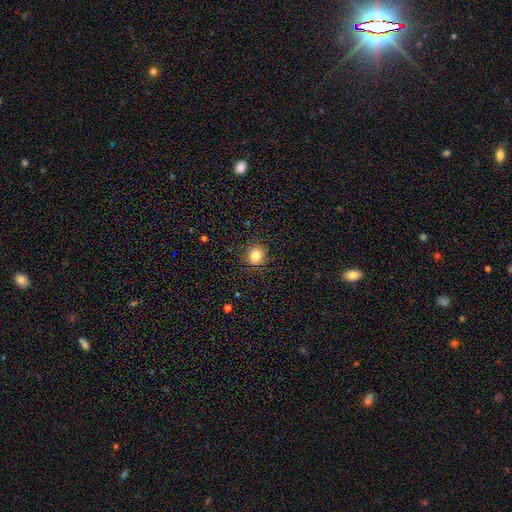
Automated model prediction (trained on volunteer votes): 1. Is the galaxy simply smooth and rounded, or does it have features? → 81% smooth, 12% star or artifact, 6% featured or disk.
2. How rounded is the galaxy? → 89% round, 10% in between, 1% cigar-shaped.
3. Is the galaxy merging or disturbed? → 90% none, 7% minor disturbance, 2% major disturbance, 1% merger.